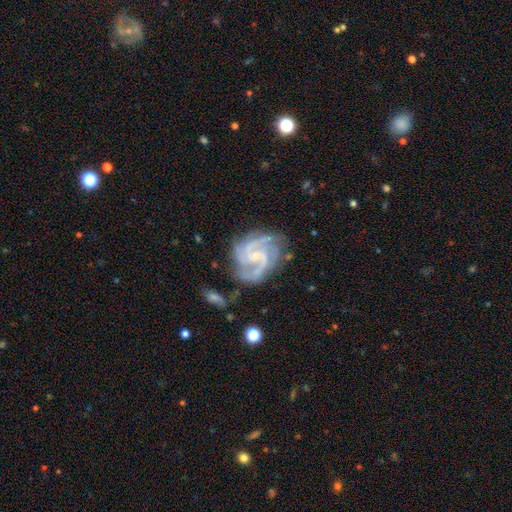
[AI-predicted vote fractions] Q: Smooth or featured?
A: featured or disk (92%); runner-up: star or artifact (5%)
Q: Edge-on disk?
A: no (98%); runner-up: yes (2%)
Q: Bar?
A: weak (44%); runner-up: no (43%)
Q: Spiral arms?
A: yes (98%); runner-up: no (2%)
Q: Spiral winding?
A: medium (54%); runner-up: tight (37%)
Q: Spiral arm count?
A: 3 (38%); runner-up: 2 (37%)
Q: Bulge size?
A: small (74%); runner-up: moderate (16%)
Q: Merging?
A: none (67%); runner-up: minor disturbance (20%)